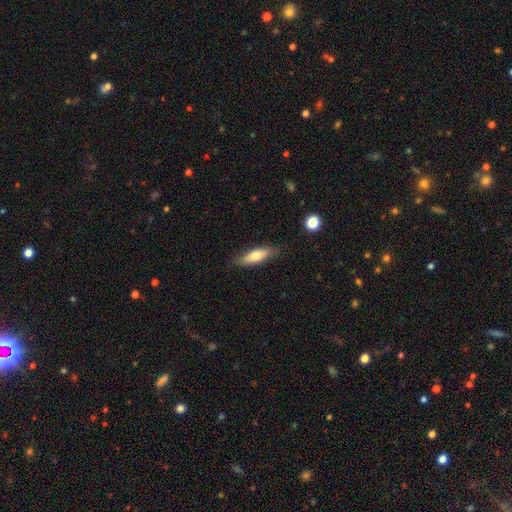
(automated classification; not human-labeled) Q: Smooth or featured?
A: smooth (65%); runner-up: featured or disk (28%)
Q: How rounded?
A: in between (50%); runner-up: cigar-shaped (48%)
Q: Merging?
A: none (83%); runner-up: minor disturbance (13%)